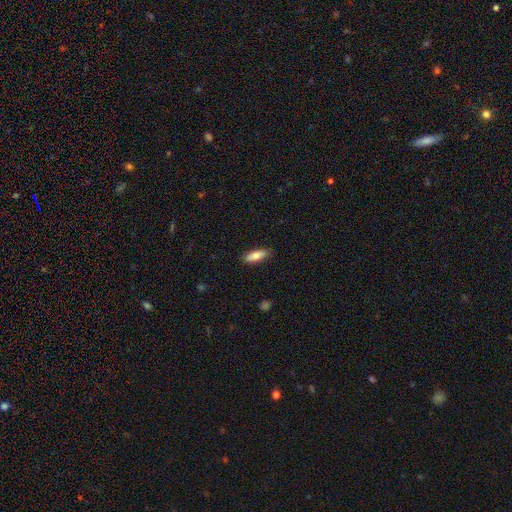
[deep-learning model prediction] This appears to be a smooth galaxy with no disk features (78%) that is in between round and cigar-shaped (61%). Merging: none (86%).